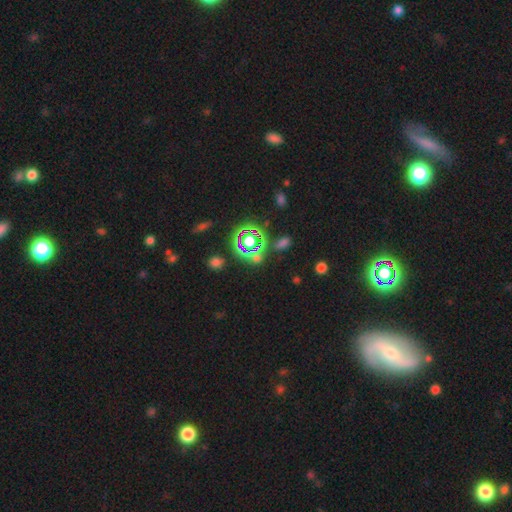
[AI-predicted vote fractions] Morphology: type=star or artifact (70%).